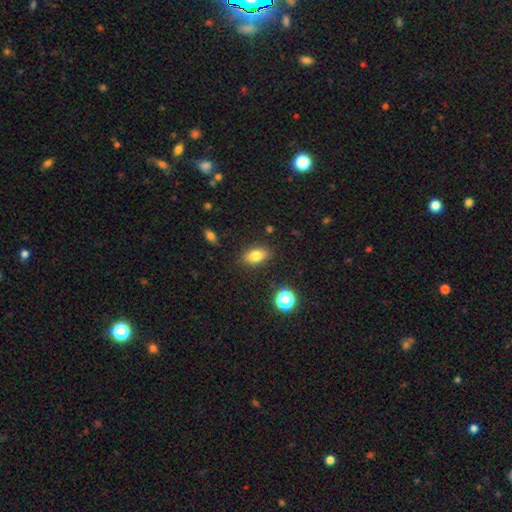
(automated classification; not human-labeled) Smooth or featured? smooth (81%)
How rounded? in between (86%)
Merging? none (86%)